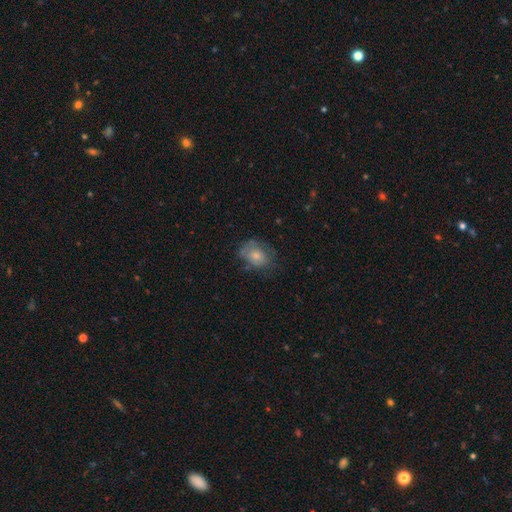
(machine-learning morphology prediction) This is likely a smooth galaxy (63%). How rounded: likely in between (67%). Merging: possibly none (52%).